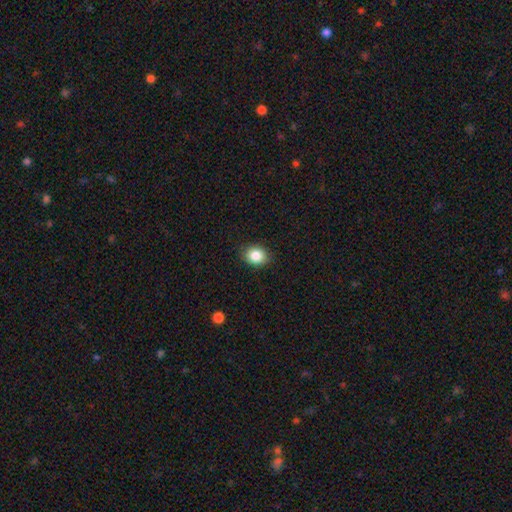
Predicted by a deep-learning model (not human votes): smooth 85%, star or artifact 9%, featured or disk 5%. Down the decision tree: how rounded — round (51%); merging — none (88%).